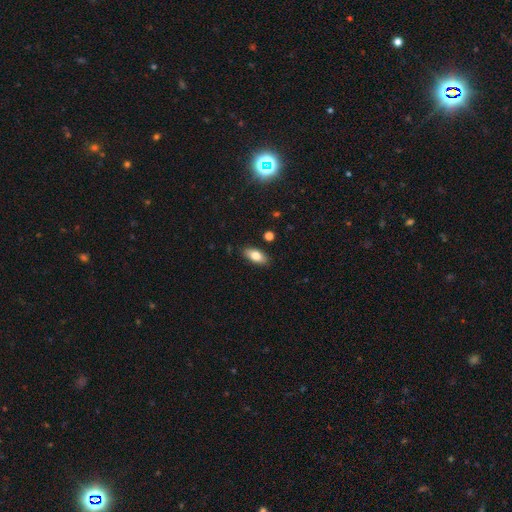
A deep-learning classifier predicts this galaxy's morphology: smooth-or-featured: smooth: 77% | featured or disk: 16% | star or artifact: 7%
  how-rounded: in between: 85% | cigar-shaped: 12% | round: 3%
  merging: none: 87% | minor disturbance: 10% | major disturbance: 2% | merger: 2%